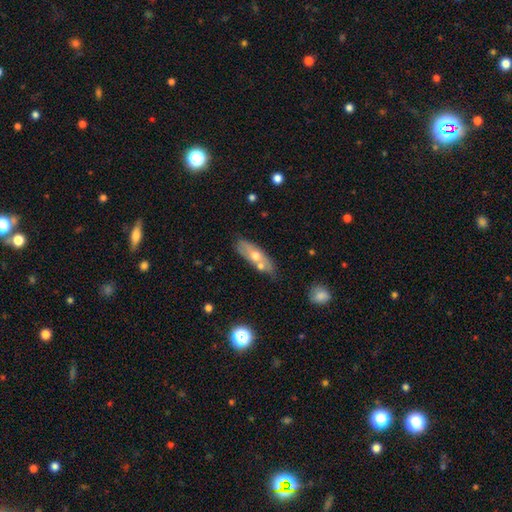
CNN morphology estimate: A smooth galaxy with no disk features (49%). Merging: none (59%).